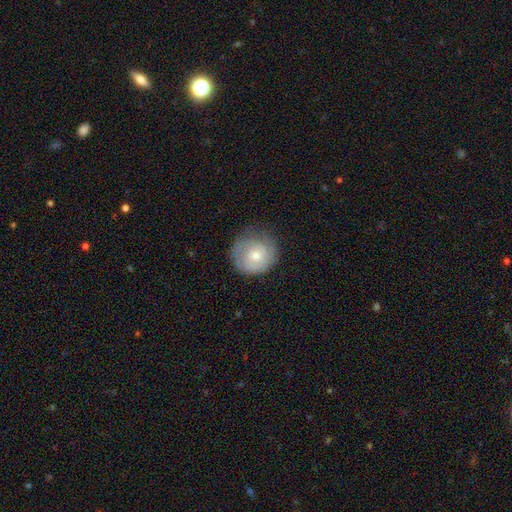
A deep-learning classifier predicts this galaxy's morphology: smooth_or_featured: smooth (p=0.55) [alt: featured or disk p=0.38]
how_rounded: round (p=0.89) [alt: in between p=0.10]
merging: none (p=0.69) [alt: minor disturbance p=0.22]